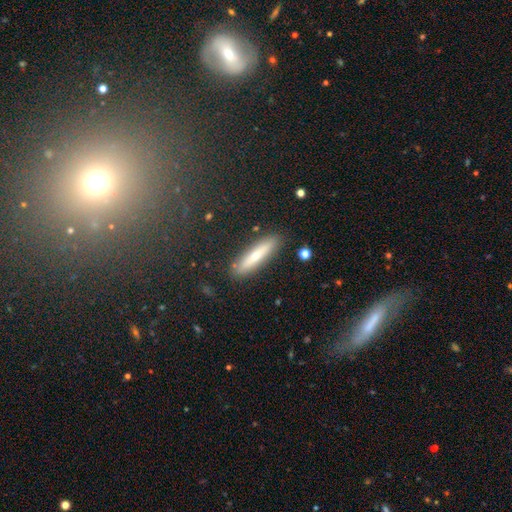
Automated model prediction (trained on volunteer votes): The model was most divided on "smooth or featured": smooth: 56%, featured or disk: 36%, star or artifact: 7%. More confident: merging — none (88%); how rounded — cigar-shaped (82%).